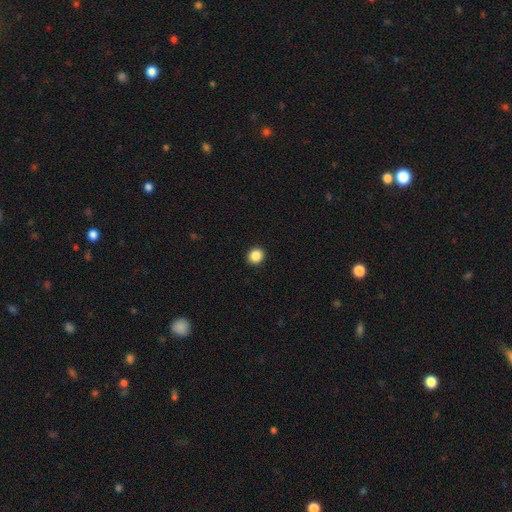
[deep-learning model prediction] Overall: smooth (87%). How rounded: round (87%). Merging: none (93%).